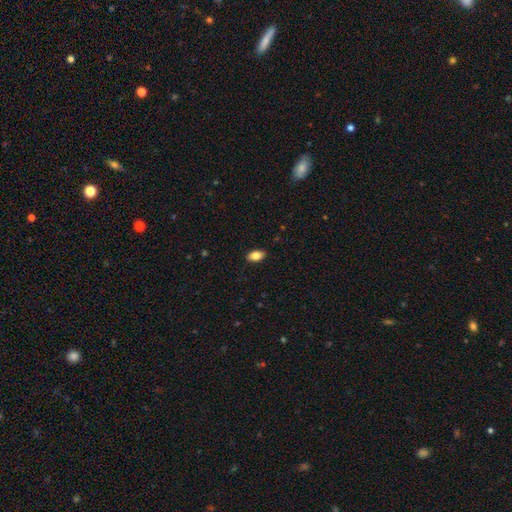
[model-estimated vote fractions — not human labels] Morphology: type=smooth (85%); roundness=in between (91%); merging=none (88%).